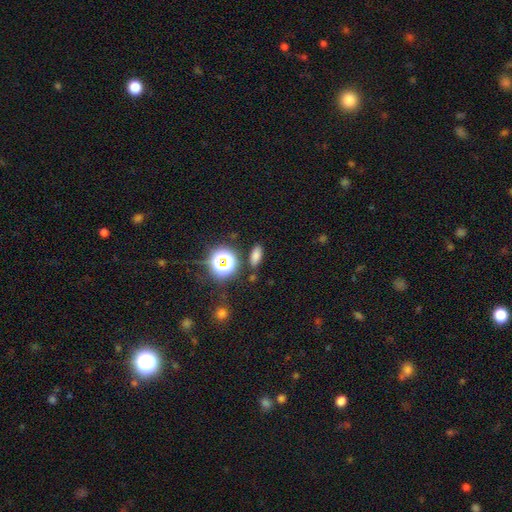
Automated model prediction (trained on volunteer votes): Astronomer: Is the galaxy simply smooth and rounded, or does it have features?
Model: smooth — 71%.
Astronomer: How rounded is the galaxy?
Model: in between — 77%.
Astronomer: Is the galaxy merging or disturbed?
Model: none — 85%.